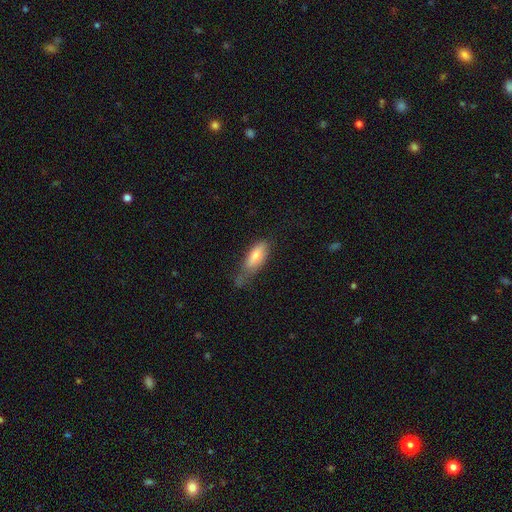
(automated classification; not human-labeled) This is likely a smooth galaxy (72%). How rounded: likely in between (68%). Merging: marginally minor disturbance (40%).